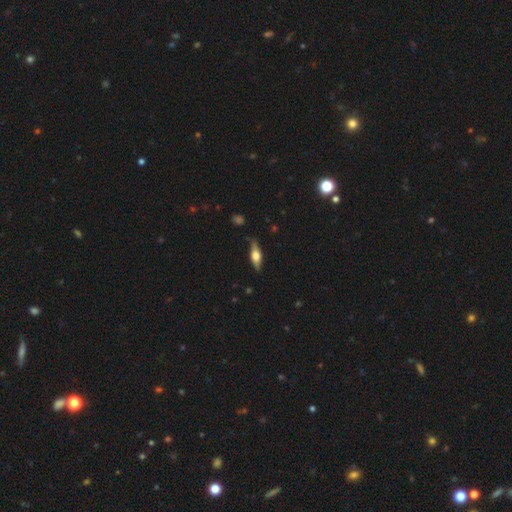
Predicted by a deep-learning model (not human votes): Overall: featured or disk (59%; smooth 35%). Edge-on disk: yes (93%). Edge-on bulge: rounded (91%). Merging: none (81%).